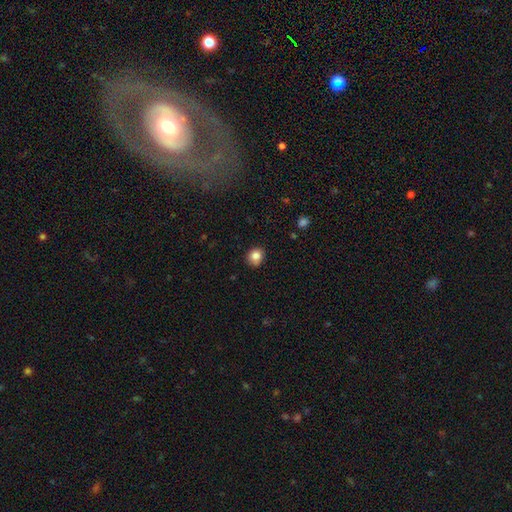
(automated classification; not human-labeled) Smooth or featured?
  - smooth: 84% *
  - star or artifact: 10%
  - featured or disk: 6%
How rounded?
  - round: 78% *
  - in between: 21%
  - cigar-shaped: 1%
Merging?
  - none: 87% *
  - minor disturbance: 10%
  - major disturbance: 2%
  - merger: 1%